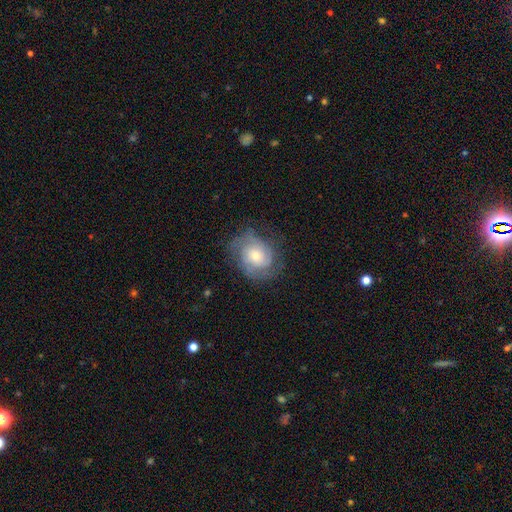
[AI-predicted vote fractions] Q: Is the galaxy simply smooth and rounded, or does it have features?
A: featured or disk — 70%.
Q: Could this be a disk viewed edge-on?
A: no — 97%.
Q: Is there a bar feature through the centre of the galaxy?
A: no — 73%.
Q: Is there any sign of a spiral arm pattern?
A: yes — 91%.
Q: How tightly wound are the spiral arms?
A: tight — 56%.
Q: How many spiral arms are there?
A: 2 — 38%.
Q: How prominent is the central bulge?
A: moderate — 48%.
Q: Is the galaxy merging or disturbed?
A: none — 67%.